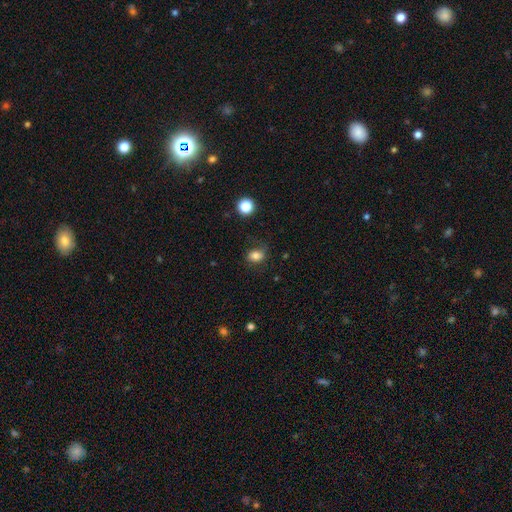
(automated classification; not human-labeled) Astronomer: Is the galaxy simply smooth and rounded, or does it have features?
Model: smooth — 79%.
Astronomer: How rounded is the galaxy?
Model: in between — 66%.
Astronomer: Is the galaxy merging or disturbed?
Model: none — 71%.